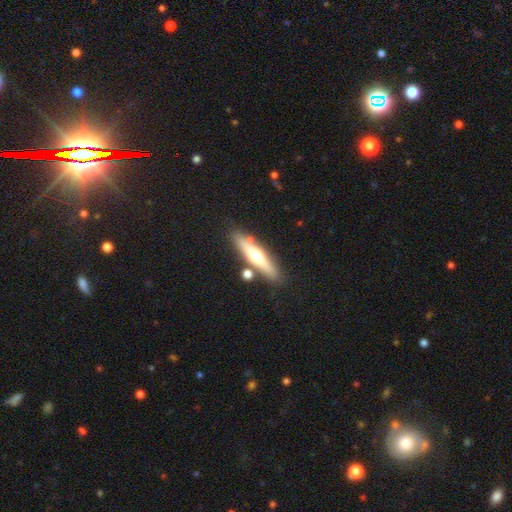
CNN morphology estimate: The model was most divided on "smooth or featured": featured or disk: 51%, smooth: 43%, star or artifact: 6%. More confident: edge-on disk — yes (88%); merging — none (78%).